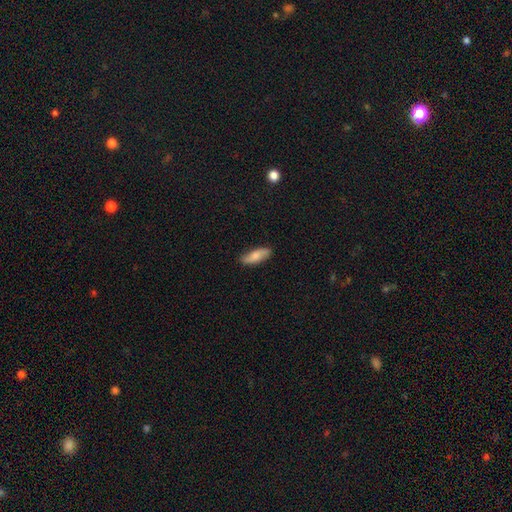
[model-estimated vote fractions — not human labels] smooth 73%, featured or disk 21%, star or artifact 6%. Down the decision tree: how rounded — in between (65%); merging — none (83%).